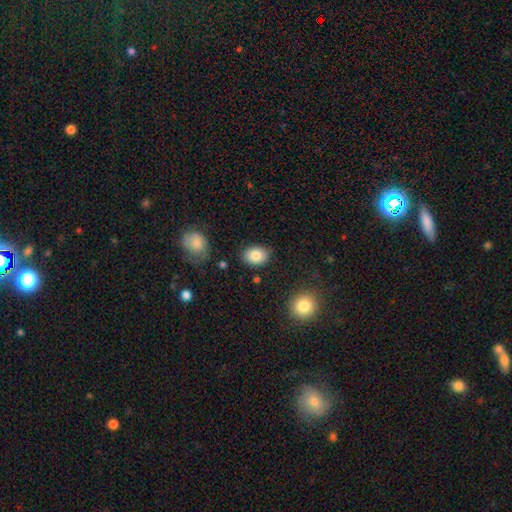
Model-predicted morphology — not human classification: smooth-or-featured: smooth: 83% | featured or disk: 9% | star or artifact: 8%
  how-rounded: in between: 65% | round: 34% | cigar-shaped: 1%
  merging: none: 83% | minor disturbance: 12% | major disturbance: 3% | merger: 3%